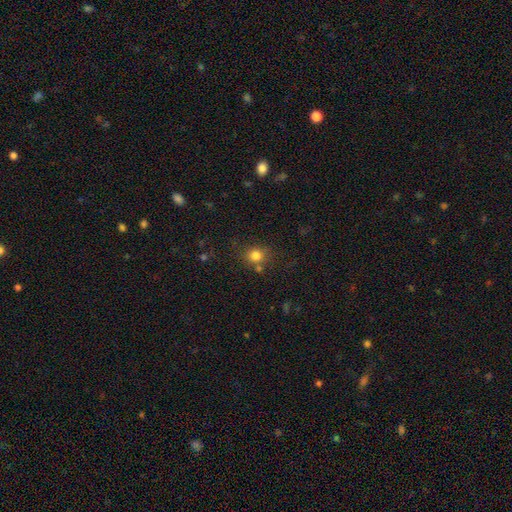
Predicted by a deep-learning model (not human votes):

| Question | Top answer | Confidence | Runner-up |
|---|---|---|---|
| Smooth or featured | smooth | 80% | star or artifact (13%) |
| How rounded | round | 78% | in between (21%) |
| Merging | none | 72% | minor disturbance (13%) |